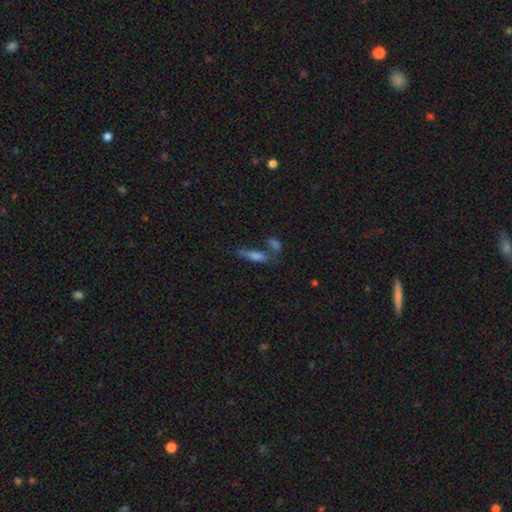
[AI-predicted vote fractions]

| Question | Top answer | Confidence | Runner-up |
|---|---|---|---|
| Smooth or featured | smooth | 59% | featured or disk (26%) |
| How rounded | cigar-shaped | 60% | in between (36%) |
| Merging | none | 44% | merger (33%) |